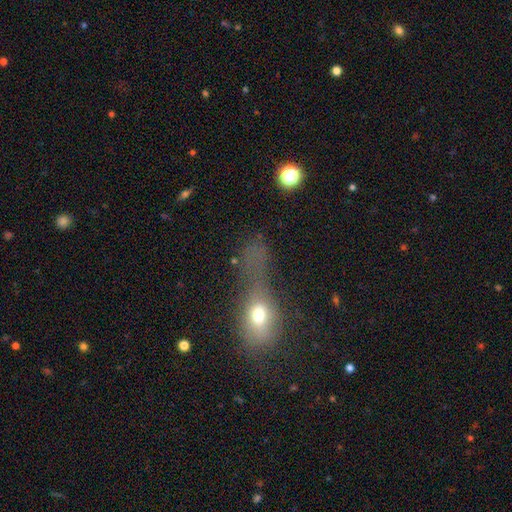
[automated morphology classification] This is possibly a smooth galaxy (56%). How rounded: possibly in between (51%). Merging: marginally major disturbance (44%).